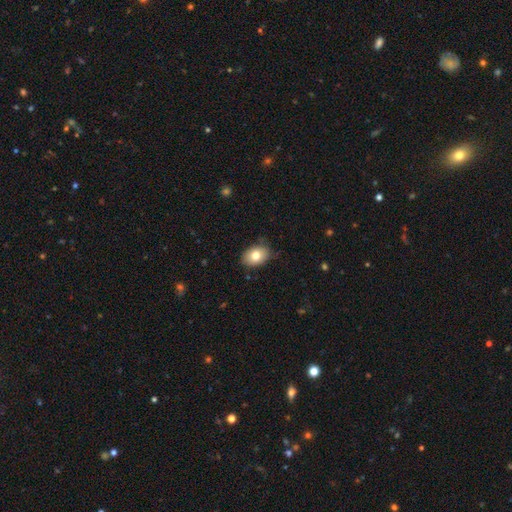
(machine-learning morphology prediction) A smooth galaxy with no disk features (78%) that is in between round and cigar-shaped (77%). Merging: none (80%).